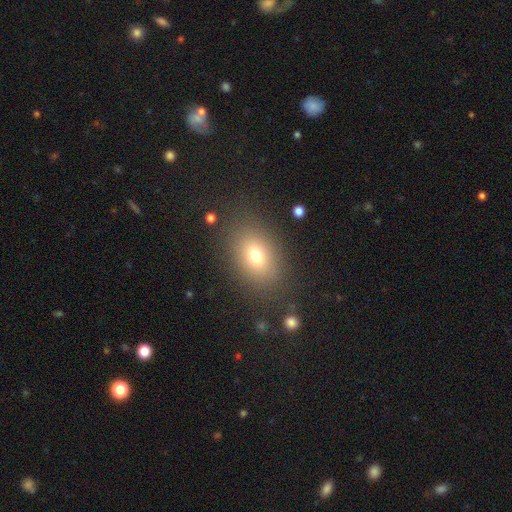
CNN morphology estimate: A smooth galaxy with no disk features (73%) that is in between round and cigar-shaped (74%). Merging: none (83%).